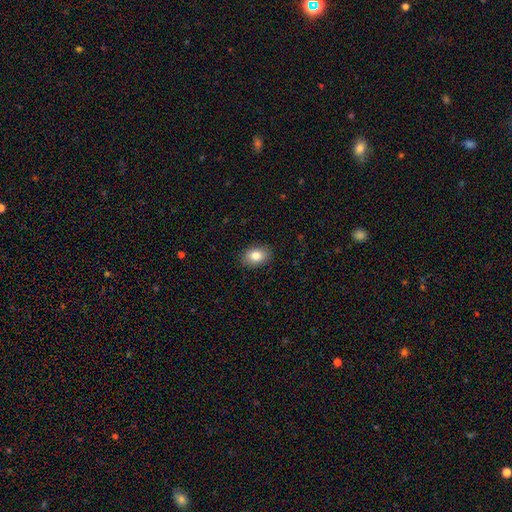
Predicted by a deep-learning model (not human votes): smooth_or_featured: smooth (p=0.83) [alt: featured or disk p=0.09]
how_rounded: in between (p=0.78) [alt: round p=0.21]
merging: none (p=0.89) [alt: minor disturbance p=0.08]